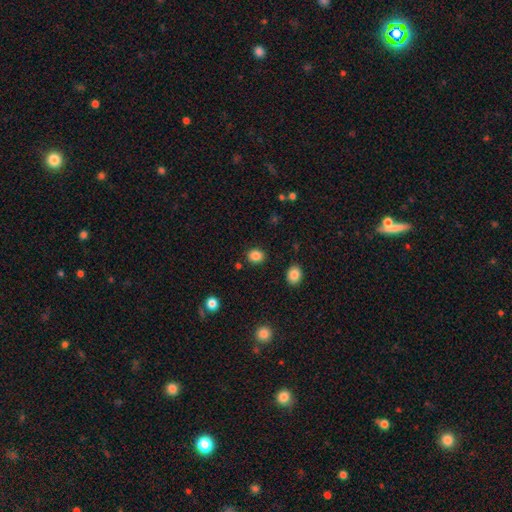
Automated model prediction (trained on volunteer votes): Smooth or featured: smooth — 86% (star or artifact — 10%)
How rounded: round — 63% (in between — 36%)
Merging: none — 88% (minor disturbance — 7%)